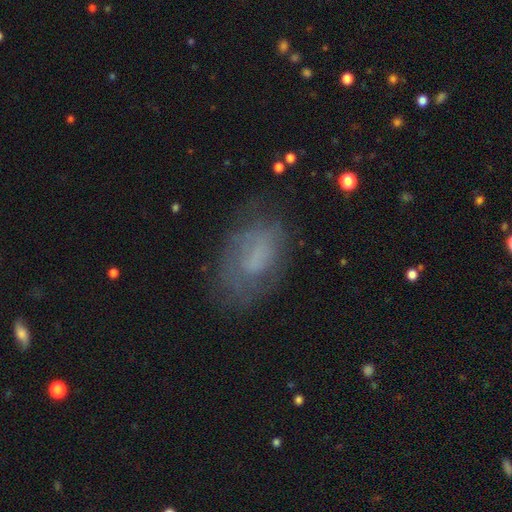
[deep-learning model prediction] smooth-or-featured: smooth: 49% | featured or disk: 38% | star or artifact: 13%
  merging: none: 62% | minor disturbance: 23% | major disturbance: 13% | merger: 2%